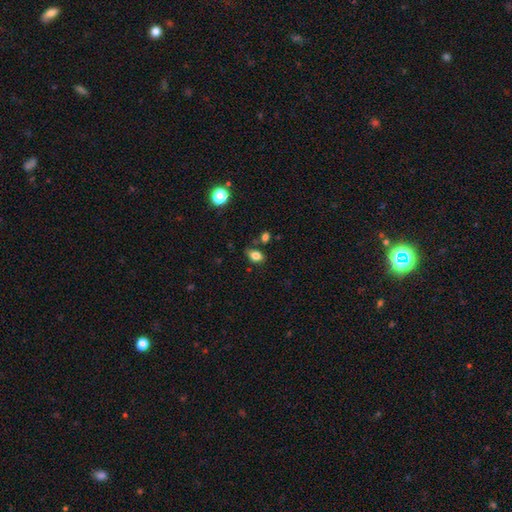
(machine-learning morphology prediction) type=smooth (81%); roundness=in between (81%); merging=none (69%).